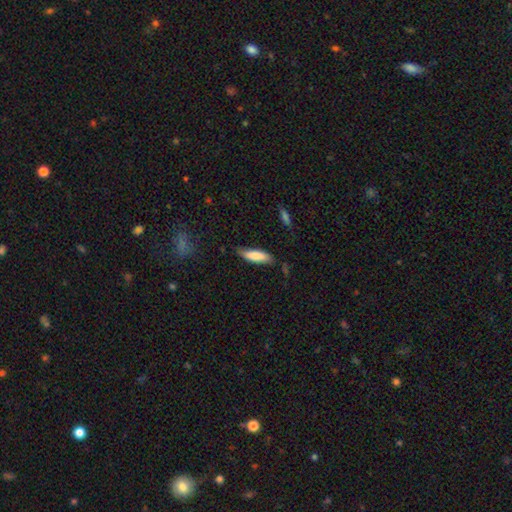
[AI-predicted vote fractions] A smooth galaxy with no disk features (80%) that is cigar-shaped (52%). Merging: none (71%).